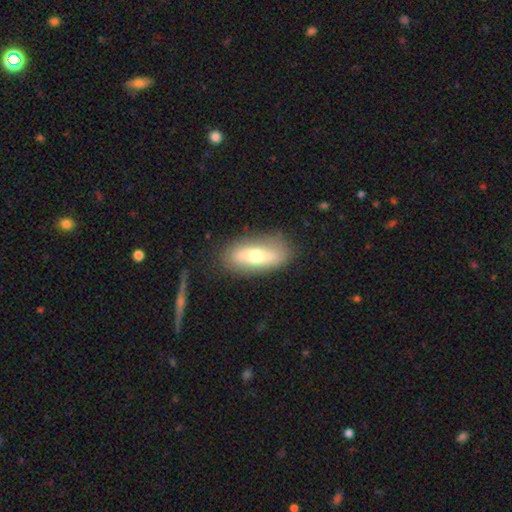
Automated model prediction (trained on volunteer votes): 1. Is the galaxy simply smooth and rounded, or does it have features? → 57% smooth, 36% featured or disk, 7% star or artifact.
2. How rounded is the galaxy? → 73% in between, 23% cigar-shaped, 4% round.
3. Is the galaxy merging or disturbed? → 81% none, 13% minor disturbance, 4% major disturbance, 2% merger.